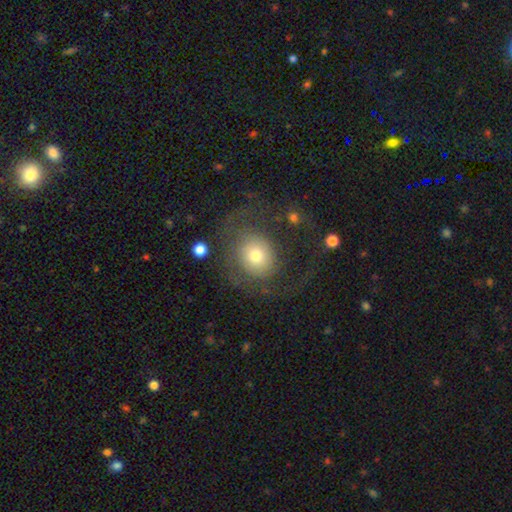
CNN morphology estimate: smooth_or_featured: smooth (p=0.51) [alt: featured or disk p=0.38]
how_rounded: round (p=0.72) [alt: in between p=0.27]
merging: none (p=0.53) [alt: major disturbance p=0.30]